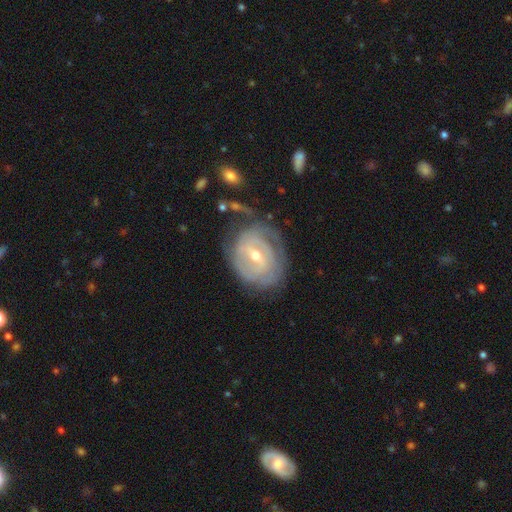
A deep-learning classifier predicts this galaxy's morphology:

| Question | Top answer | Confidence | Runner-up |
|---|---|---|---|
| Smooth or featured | featured or disk | 82% | smooth (12%) |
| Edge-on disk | no | 96% | yes (4%) |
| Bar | weak | 54% | strong (24%) |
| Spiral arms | yes | 87% | no (13%) |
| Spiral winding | tight | 70% | medium (22%) |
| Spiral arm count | can't tell | 43% | 2 (30%) |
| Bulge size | moderate | 53% | small (44%) |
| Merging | none | 63% | minor disturbance (22%) |